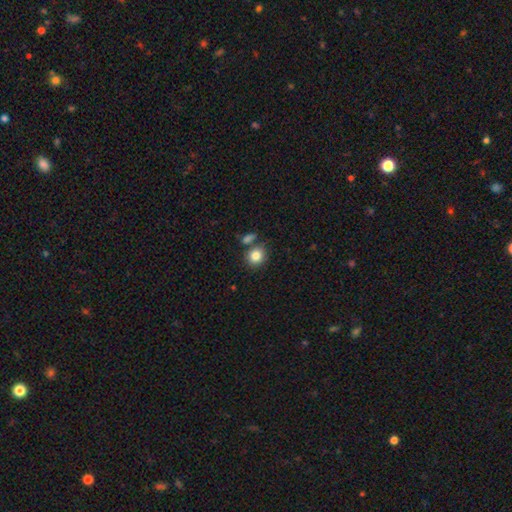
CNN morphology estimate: smooth-or-featured: smooth: 83% | star or artifact: 10% | featured or disk: 7%
  how-rounded: round: 79% | in between: 19% | cigar-shaped: 1%
  merging: none: 69% | merger: 17% | minor disturbance: 11% | major disturbance: 4%